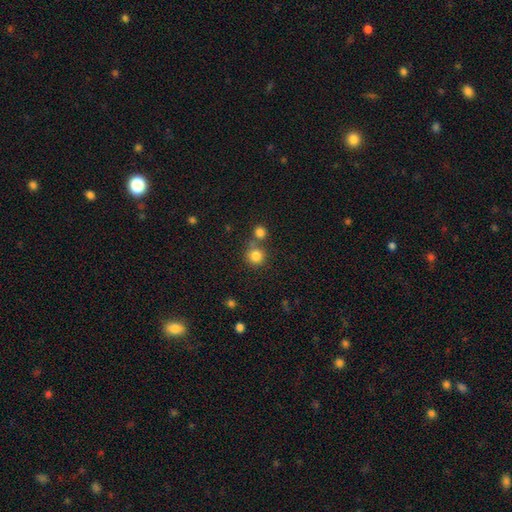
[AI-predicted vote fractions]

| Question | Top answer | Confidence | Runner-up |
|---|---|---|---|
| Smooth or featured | smooth | 82% | star or artifact (12%) |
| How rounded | round | 91% | in between (8%) |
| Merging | none | 63% | merger (25%) |